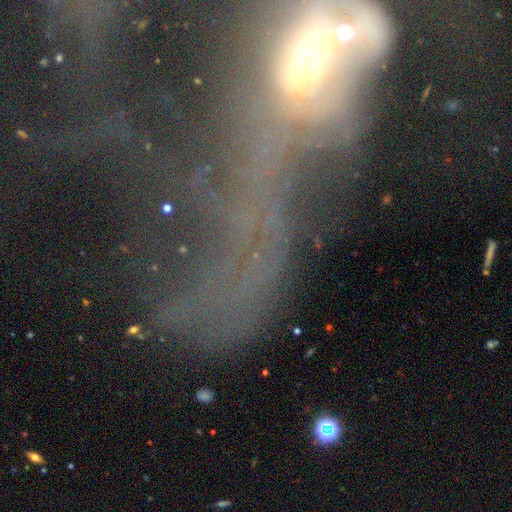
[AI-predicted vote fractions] Smooth or featured? featured or disk (46%)
Merging? major disturbance (38%)